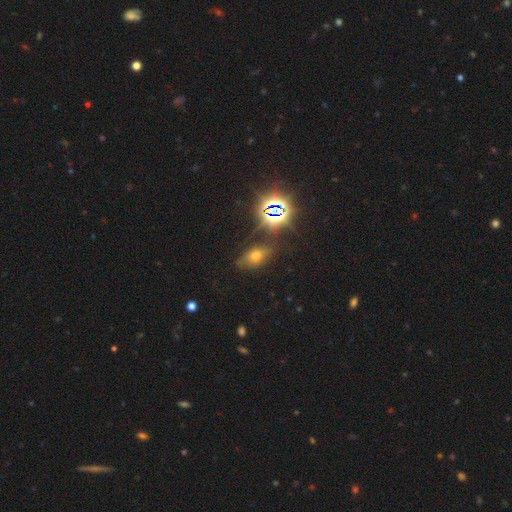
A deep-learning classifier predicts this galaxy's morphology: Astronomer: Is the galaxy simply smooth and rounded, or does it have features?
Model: smooth — 46% (runner-up: star or artifact, 39%).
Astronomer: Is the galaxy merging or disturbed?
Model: none — 75%.